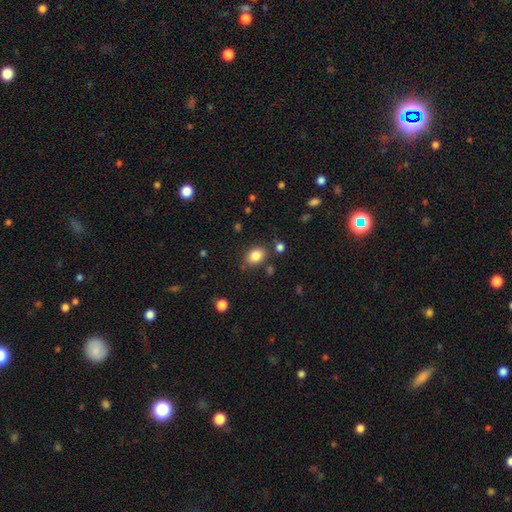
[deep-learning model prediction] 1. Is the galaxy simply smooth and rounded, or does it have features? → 84% smooth, 10% star or artifact, 6% featured or disk.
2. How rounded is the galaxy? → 66% in between, 33% round, 1% cigar-shaped.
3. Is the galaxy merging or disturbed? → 79% none, 12% minor disturbance, 5% merger, 4% major disturbance.